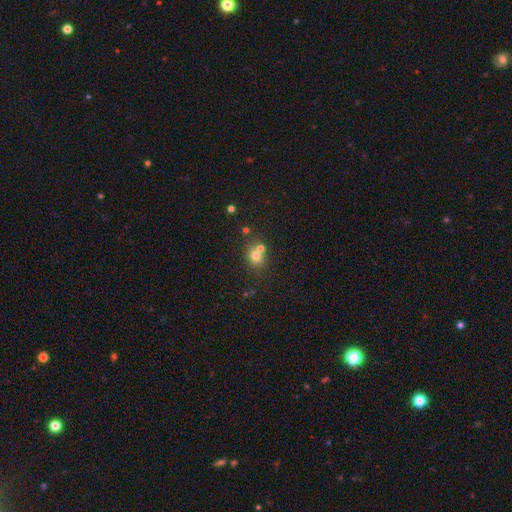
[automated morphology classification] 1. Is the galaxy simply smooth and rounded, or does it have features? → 72% smooth, 16% star or artifact, 13% featured or disk.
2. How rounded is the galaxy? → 68% round, 31% in between, 1% cigar-shaped.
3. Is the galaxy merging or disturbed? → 50% none, 38% merger, 9% minor disturbance, 3% major disturbance.